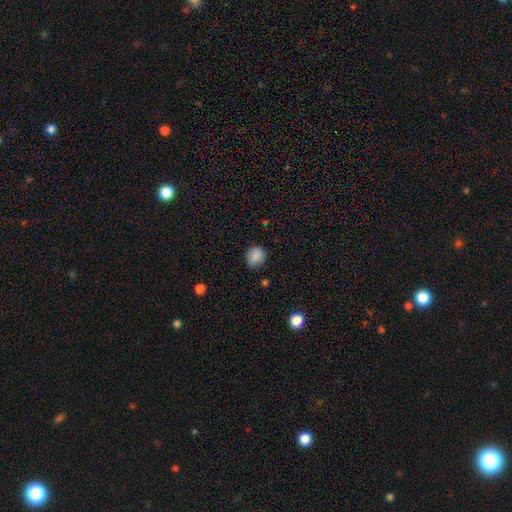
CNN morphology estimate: type=smooth (87%); roundness=round (80%); merging=none (80%).